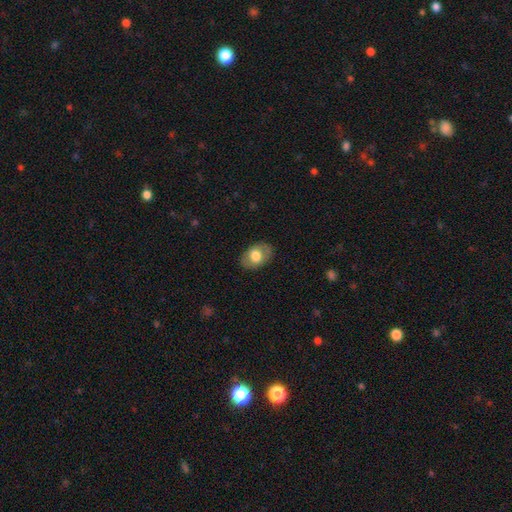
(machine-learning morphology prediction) This is likely a smooth galaxy (68%). How rounded: clearly in between (82%). Merging: clearly none (84%).